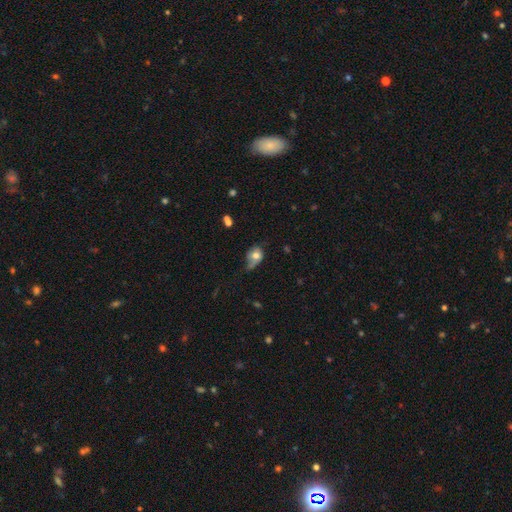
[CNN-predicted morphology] Q: Smooth or featured?
A: smooth (66%); runner-up: featured or disk (24%)
Q: How rounded?
A: in between (58%); runner-up: round (40%)
Q: Merging?
A: minor disturbance (38%); runner-up: none (28%)